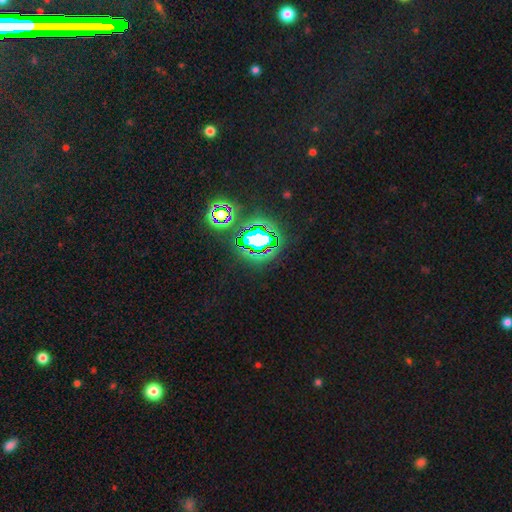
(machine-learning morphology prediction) Overall: star or artifact (80%).